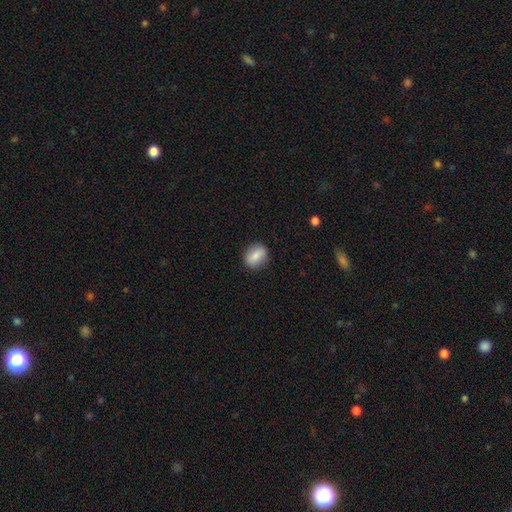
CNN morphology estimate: smooth_or_featured: smooth (p=0.82) [alt: featured or disk p=0.10]
how_rounded: in between (p=0.54) [alt: round p=0.44]
merging: none (p=0.87) [alt: minor disturbance p=0.10]